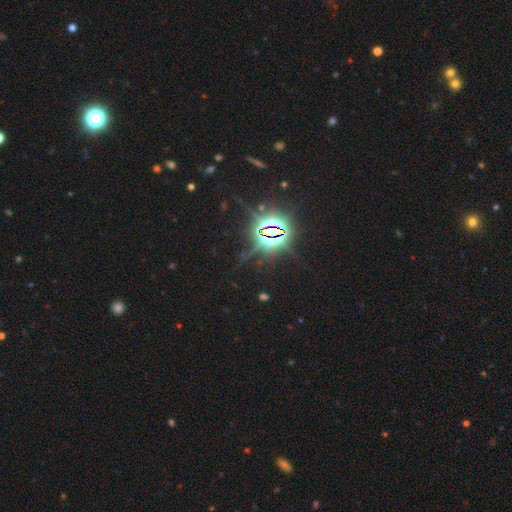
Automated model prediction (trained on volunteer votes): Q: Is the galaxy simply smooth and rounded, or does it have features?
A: star or artifact — 85%.